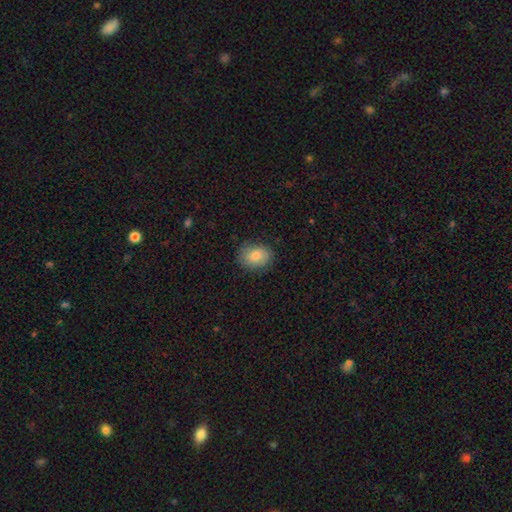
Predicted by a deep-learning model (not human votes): A smooth galaxy with no disk features (82%) that is in between round and cigar-shaped (61%).

Vote fractions:
- Smooth or featured? smooth: 82% / featured or disk: 10% / star or artifact: 8%
- How rounded? in between: 61% / round: 38% / cigar-shaped: 1%
- Merging? none: 83% / minor disturbance: 13% / major disturbance: 3% / merger: 1%